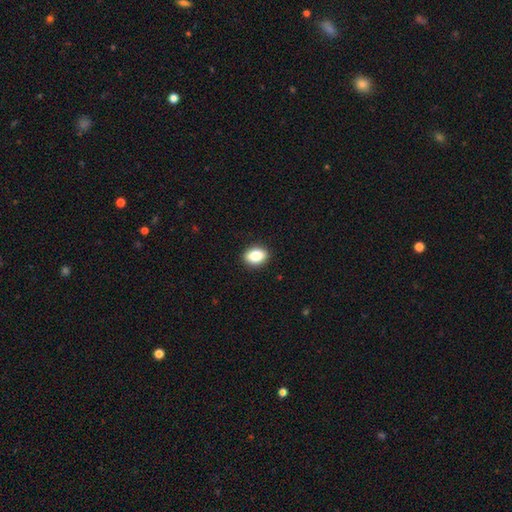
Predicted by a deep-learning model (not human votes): Overall: smooth (84%). How rounded: in between (73%). Merging: none (91%).